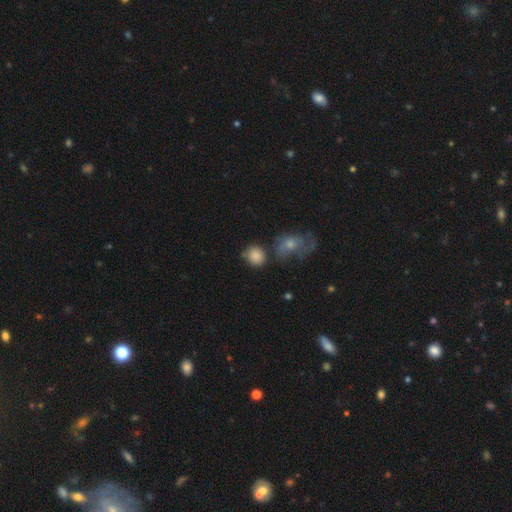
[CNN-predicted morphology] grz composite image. It shows a smooth galaxy with no disk features (85%) that is round (81%). Merging: none (60%).